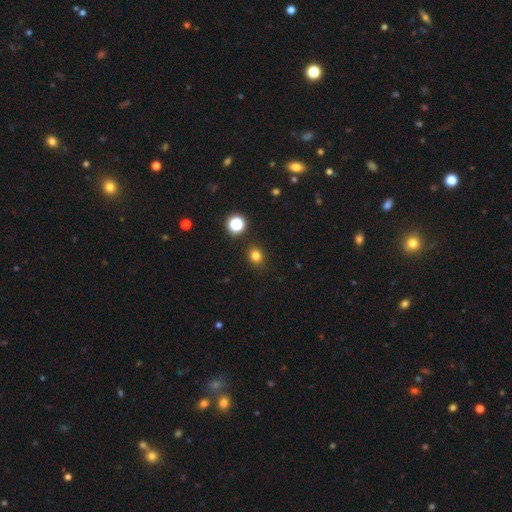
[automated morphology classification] smooth 80%, star or artifact 15%, featured or disk 5%. Down the decision tree: how rounded — round (74%); merging — none (88%).